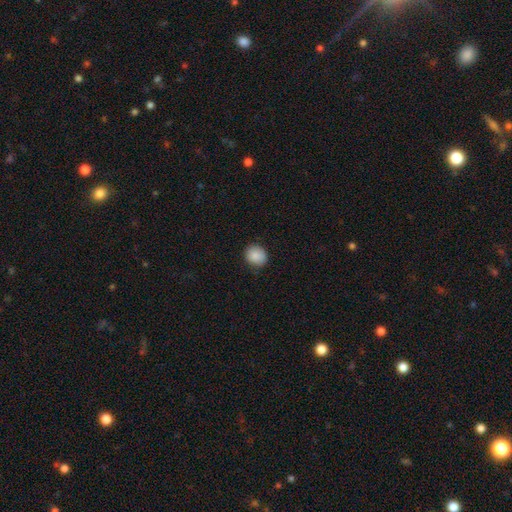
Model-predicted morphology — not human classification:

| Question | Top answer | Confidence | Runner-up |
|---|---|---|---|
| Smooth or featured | smooth | 88% | star or artifact (8%) |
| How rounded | round | 75% | in between (24%) |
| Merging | none | 86% | minor disturbance (11%) |